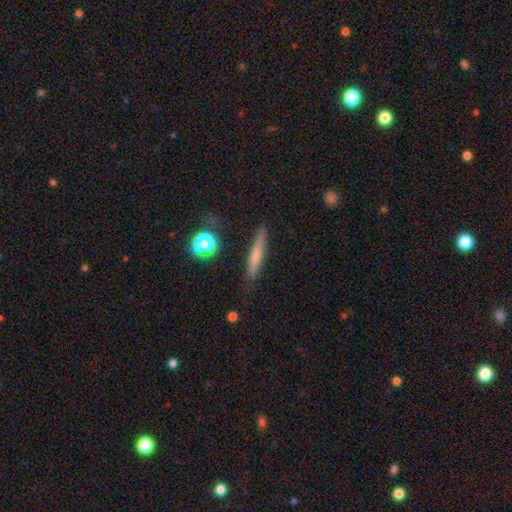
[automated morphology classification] The model was most divided on "smooth or featured": smooth: 47%, featured or disk: 44%, star or artifact: 9%. More confident: merging — none (84%).